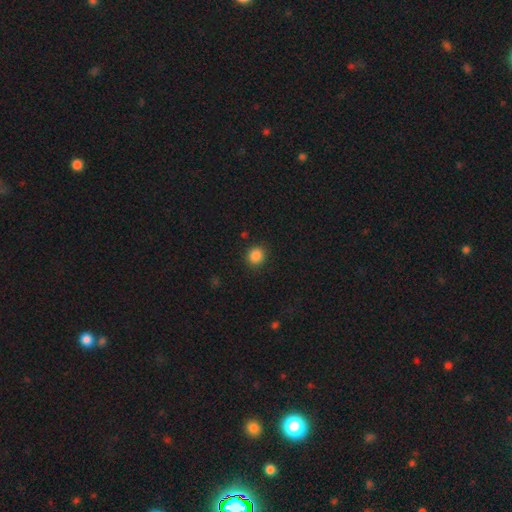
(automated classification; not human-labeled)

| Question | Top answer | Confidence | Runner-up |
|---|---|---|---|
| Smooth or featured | smooth | 86% | star or artifact (11%) |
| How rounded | round | 86% | in between (13%) |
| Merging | none | 90% | minor disturbance (7%) |